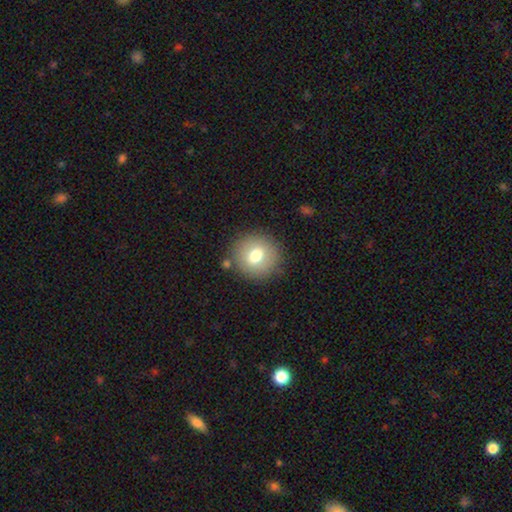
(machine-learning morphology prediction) smooth-or-featured: smooth: 74% | featured or disk: 17% | star or artifact: 10%
  how-rounded: round: 90% | in between: 10% | cigar-shaped: 1%
  merging: none: 84% | minor disturbance: 9% | major disturbance: 3% | merger: 3%